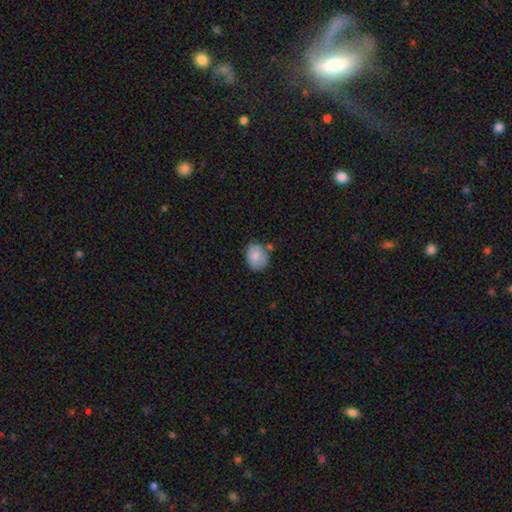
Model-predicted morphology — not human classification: smooth-or-featured: smooth: 83% | featured or disk: 10% | star or artifact: 7%
  how-rounded: in between: 61% | round: 38% | cigar-shaped: 1%
  merging: none: 64% | minor disturbance: 22% | merger: 9% | major disturbance: 5%